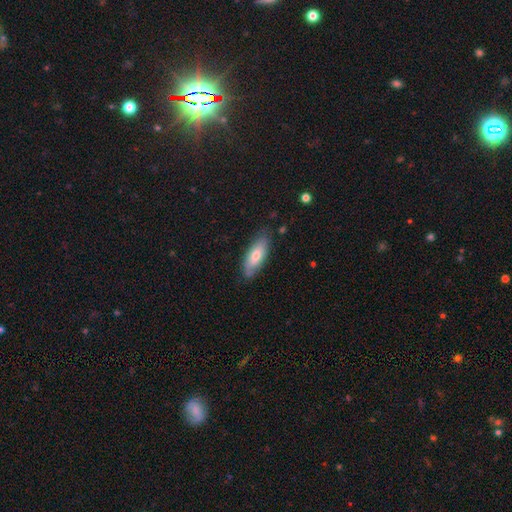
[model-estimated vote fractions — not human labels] smooth_or_featured: smooth (p=0.69) [alt: featured or disk p=0.25]
how_rounded: in between (p=0.69) [alt: cigar-shaped p=0.30]
merging: none (p=0.78) [alt: minor disturbance p=0.17]